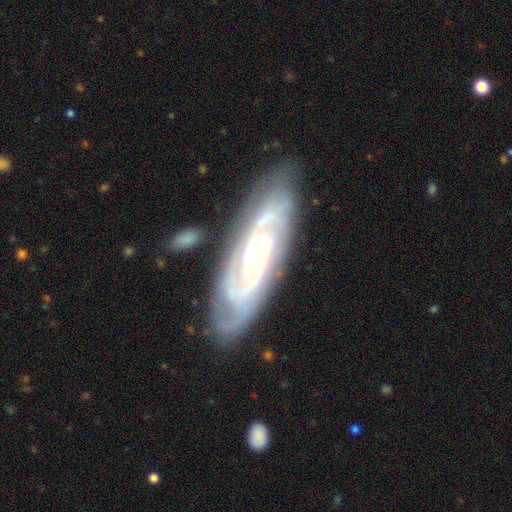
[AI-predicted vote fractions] Smooth or featured: featured or disk — 87% (smooth — 8%)
Edge-on disk: no — 90% (yes — 10%)
Bar: no — 63% (weak — 27%)
Spiral arms: yes — 96% (no — 4%)
Spiral winding: tight — 72% (medium — 24%)
Spiral arm count: 2 — 28% (can't tell — 26%)
Bulge size: small — 59% (moderate — 37%)
Merging: none — 80% (minor disturbance — 14%)